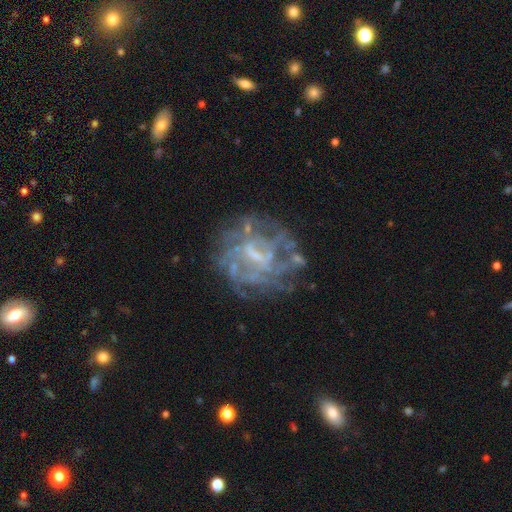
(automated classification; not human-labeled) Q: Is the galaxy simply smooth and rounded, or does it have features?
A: featured or disk — 79%.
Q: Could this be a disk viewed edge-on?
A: no — 98%.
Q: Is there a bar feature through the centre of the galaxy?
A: weak — 49%.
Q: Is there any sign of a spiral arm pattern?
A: yes — 55%.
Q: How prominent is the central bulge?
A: small — 42%.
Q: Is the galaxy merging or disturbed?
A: none — 63%.